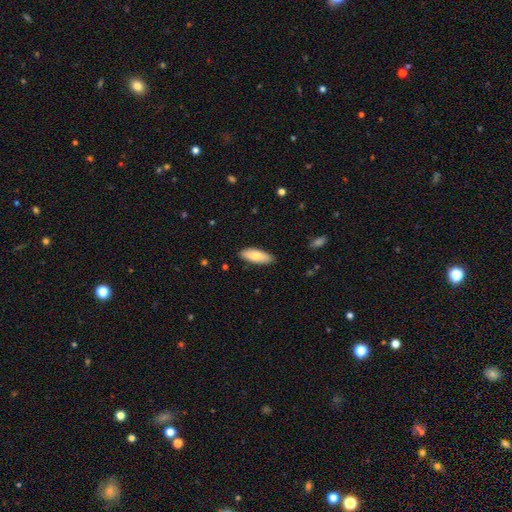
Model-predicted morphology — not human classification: smooth_or_featured: smooth (p=0.79) [alt: featured or disk p=0.16]
how_rounded: in between (p=0.74) [alt: cigar-shaped p=0.24]
merging: none (p=0.87) [alt: minor disturbance p=0.10]